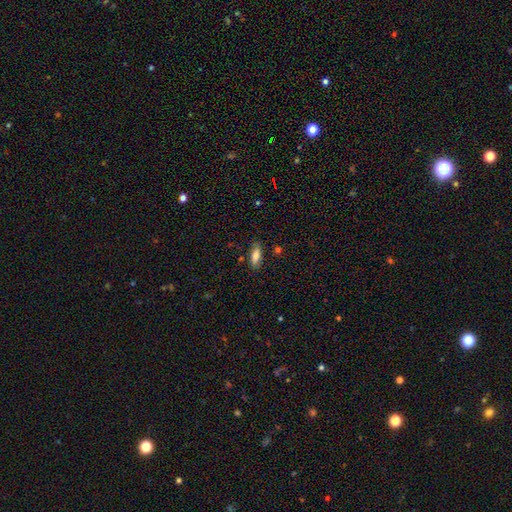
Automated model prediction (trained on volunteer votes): smooth_or_featured: smooth (p=0.75) [alt: featured or disk p=0.17]
how_rounded: in between (p=0.71) [alt: cigar-shaped p=0.26]
merging: none (p=0.81) [alt: minor disturbance p=0.15]